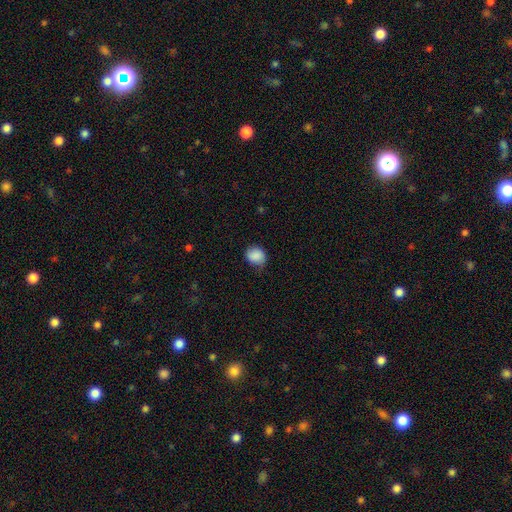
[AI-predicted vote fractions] The model was most divided on "how rounded": round: 66%, in between: 33%, cigar-shaped: 1%. More confident: smooth or featured — smooth (86%); merging — none (66%).